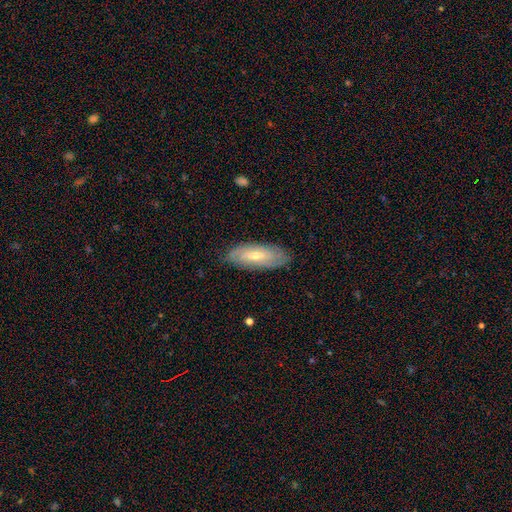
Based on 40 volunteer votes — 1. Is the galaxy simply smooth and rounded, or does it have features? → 65% smooth, 28% featured or disk, 8% star or artifact.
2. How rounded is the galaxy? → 69% in between, 19% cigar-shaped, 12% round.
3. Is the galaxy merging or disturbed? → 89% none, 11% minor disturbance, 0% major disturbance, 0% merger.